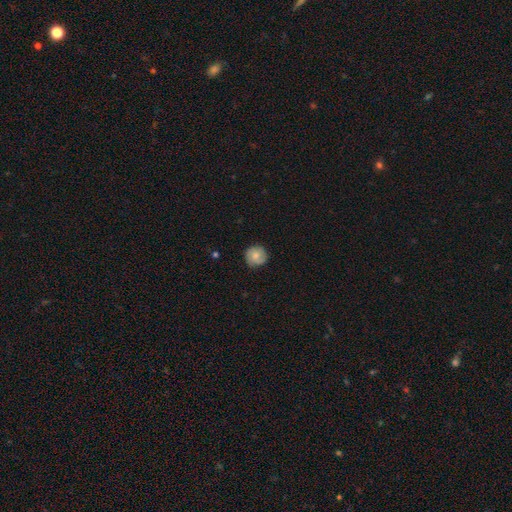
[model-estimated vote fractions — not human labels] Smooth or featured? Predicted: smooth (p=0.63). How rounded? Predicted: round (p=0.92). Merging? Predicted: none (p=0.82).